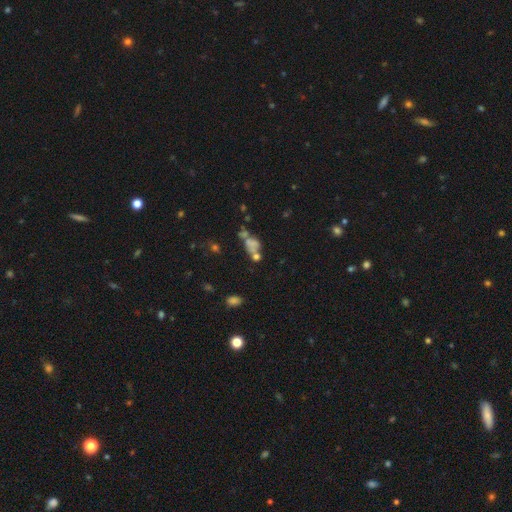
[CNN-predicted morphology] Smooth or featured? smooth (43%)
Merging? none (50%)